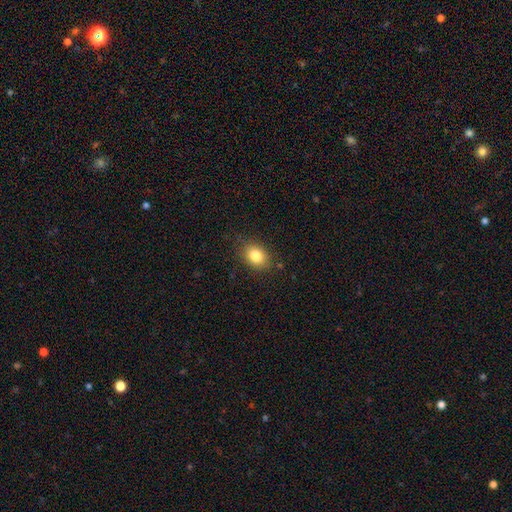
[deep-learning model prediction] smooth-or-featured: smooth: 82% | star or artifact: 10% | featured or disk: 8%
  how-rounded: in between: 66% | round: 33% | cigar-shaped: 1%
  merging: none: 82% | minor disturbance: 13% | major disturbance: 3% | merger: 1%